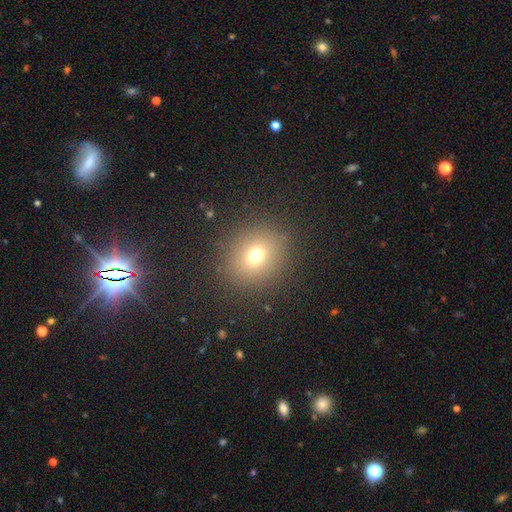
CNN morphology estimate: smooth-or-featured: smooth: 69% | star or artifact: 20% | featured or disk: 11%
  how-rounded: round: 77% | in between: 22% | cigar-shaped: 1%
  merging: none: 86% | minor disturbance: 7% | major disturbance: 5% | merger: 1%